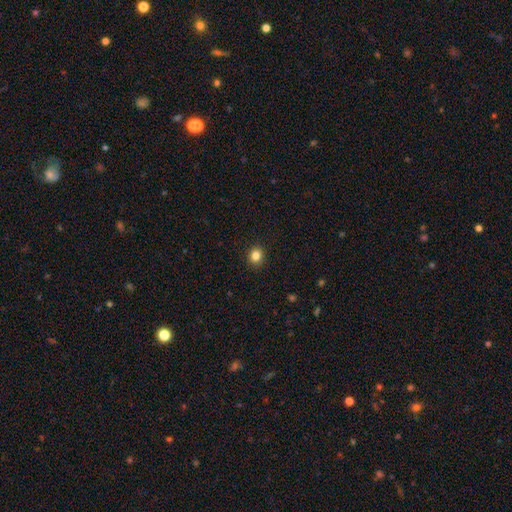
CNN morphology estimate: smooth 84%, star or artifact 12%, featured or disk 5%. Down the decision tree: how rounded — round (78%); merging — none (92%).